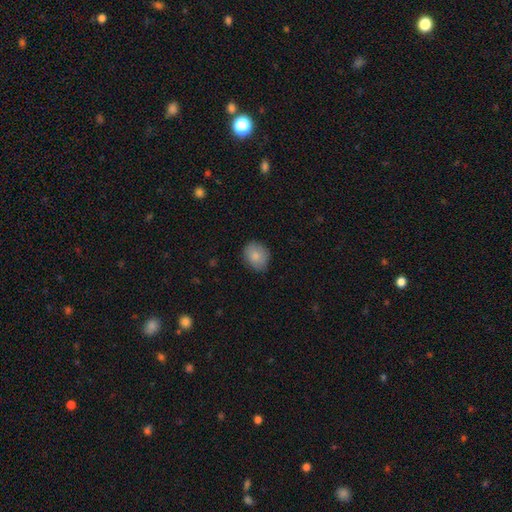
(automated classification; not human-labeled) smooth 85%, featured or disk 8%, star or artifact 7%. Down the decision tree: how rounded — round (56%); merging — none (80%).